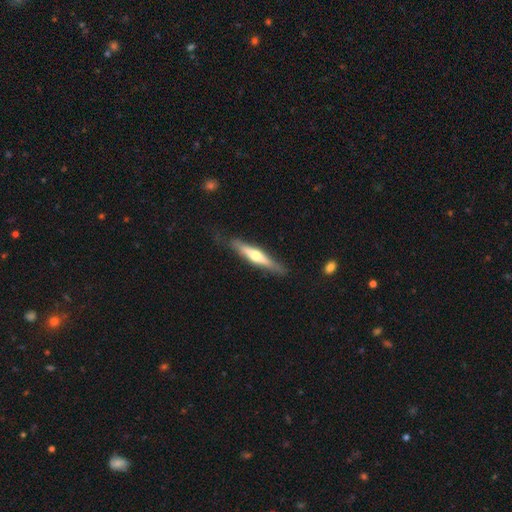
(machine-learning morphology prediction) A featured or disk galaxy (61%) viewed edge-on (94%) with a rounded central bulge (89%).

Vote fractions:
- Smooth or featured? featured or disk: 61% / smooth: 34% / star or artifact: 5%
- Edge-on disk? yes: 94% / no: 6%
- Edge-on bulge? rounded: 89% / none: 7% / boxy: 5%
- Merging? none: 81% / minor disturbance: 14% / major disturbance: 3% / merger: 2%